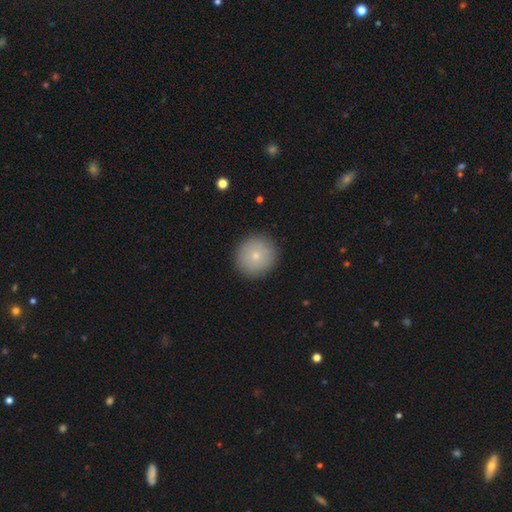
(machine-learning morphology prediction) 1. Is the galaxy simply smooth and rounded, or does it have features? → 78% smooth, 14% featured or disk, 8% star or artifact.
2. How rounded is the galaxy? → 93% round, 6% in between, 1% cigar-shaped.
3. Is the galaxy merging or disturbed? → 90% none, 7% minor disturbance, 2% major disturbance, 1% merger.